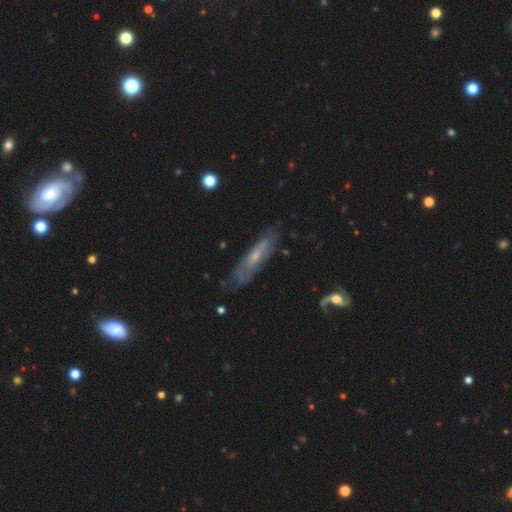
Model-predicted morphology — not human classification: Smooth or featured: featured or disk — 60% (smooth — 32%)
Edge-on disk: no — 57% (yes — 43%)
Merging: none — 71% (minor disturbance — 21%)